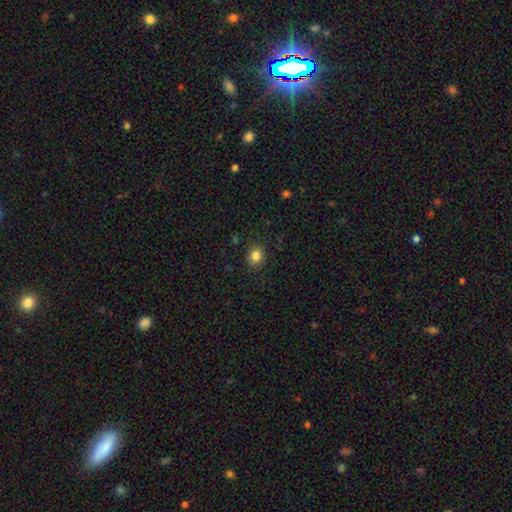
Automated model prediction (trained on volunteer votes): A smooth galaxy with no disk features (84%) that is round (78%). Merging: none (88%).